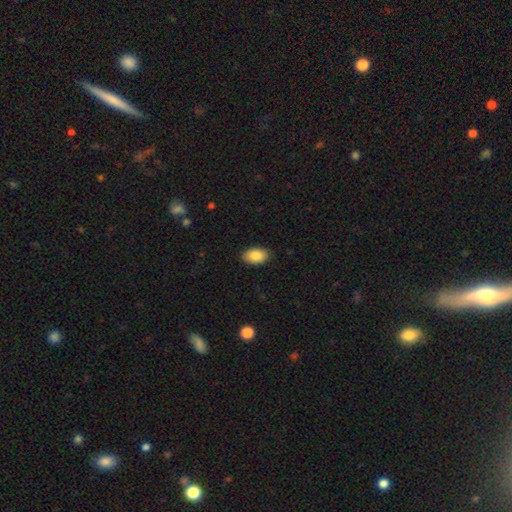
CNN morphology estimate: This is clearly a smooth galaxy (88%). How rounded: clearly in between (93%). Merging: clearly none (89%).